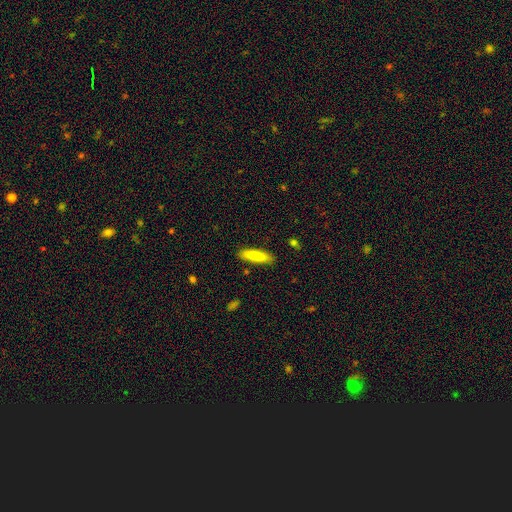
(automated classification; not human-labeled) A smooth galaxy with no disk features (83%) that is cigar-shaped (72%).

Vote fractions:
- Smooth or featured? smooth: 83% / featured or disk: 11% / star or artifact: 6%
- How rounded? cigar-shaped: 72% / in between: 26% / round: 1%
- Merging? none: 87% / minor disturbance: 9% / major disturbance: 2% / merger: 1%